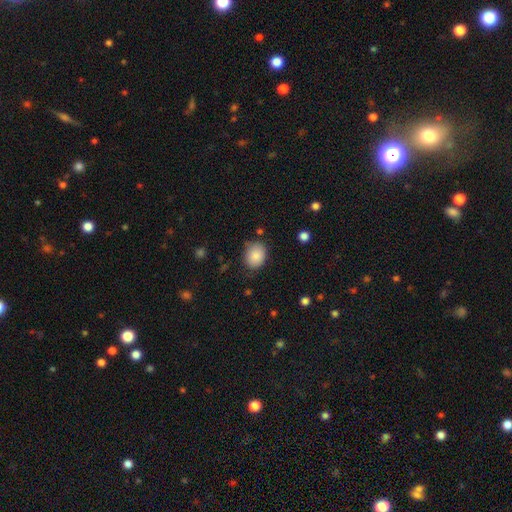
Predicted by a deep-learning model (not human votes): Smooth or featured? smooth (86%)
How rounded? in between (51%)
Merging? none (73%)